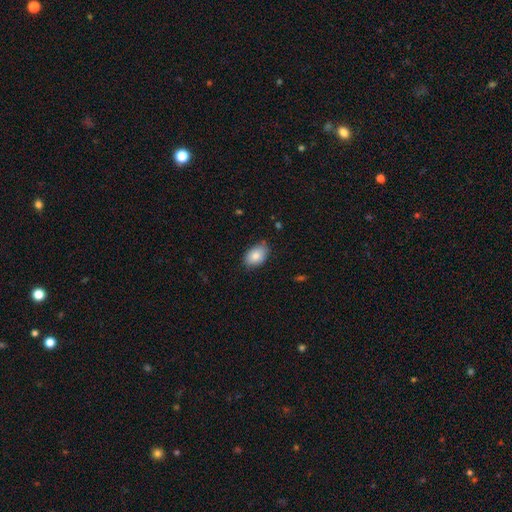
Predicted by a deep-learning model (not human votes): Morphology: type=smooth (85%); roundness=in between (89%); merging=none (78%).